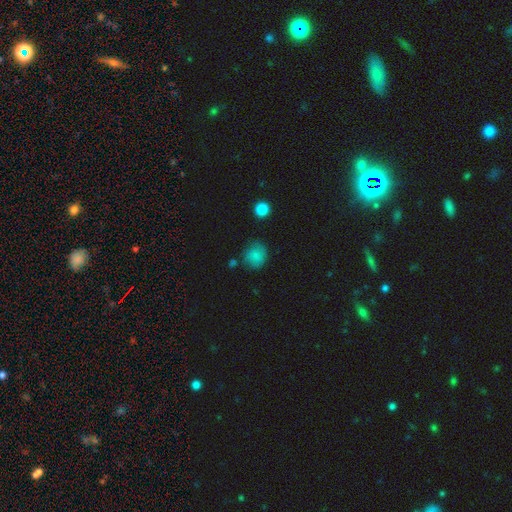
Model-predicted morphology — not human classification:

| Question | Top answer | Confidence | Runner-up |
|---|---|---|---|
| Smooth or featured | smooth | 80% | star or artifact (11%) |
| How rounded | round | 75% | in between (24%) |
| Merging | none | 69% | minor disturbance (22%) |